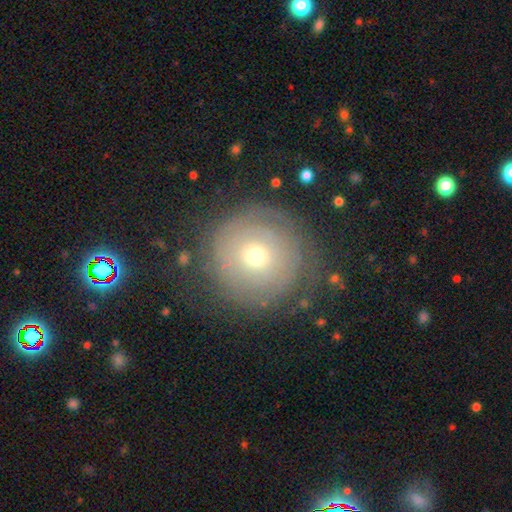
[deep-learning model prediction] A smooth galaxy with no disk features (46%).

Vote fractions:
- Smooth or featured? smooth: 46% / featured or disk: 42% / star or artifact: 12%
- Merging? none: 76% / minor disturbance: 14% / major disturbance: 8% / merger: 2%